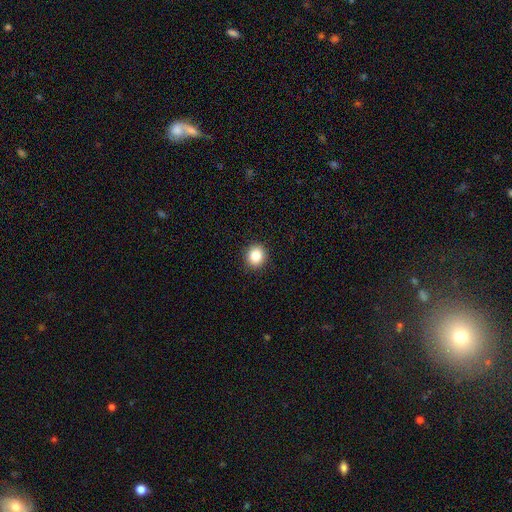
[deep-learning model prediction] smooth-or-featured: smooth: 84% | star or artifact: 10% | featured or disk: 6%
  how-rounded: round: 82% | in between: 17% | cigar-shaped: 1%
  merging: none: 92% | minor disturbance: 6% | major disturbance: 2% | merger: 1%